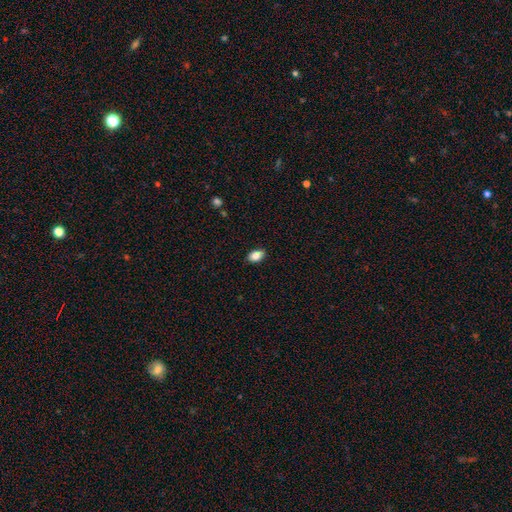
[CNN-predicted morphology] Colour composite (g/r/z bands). It shows a smooth galaxy with no disk features (86%) that is in between round and cigar-shaped (89%). Merging: none (88%).